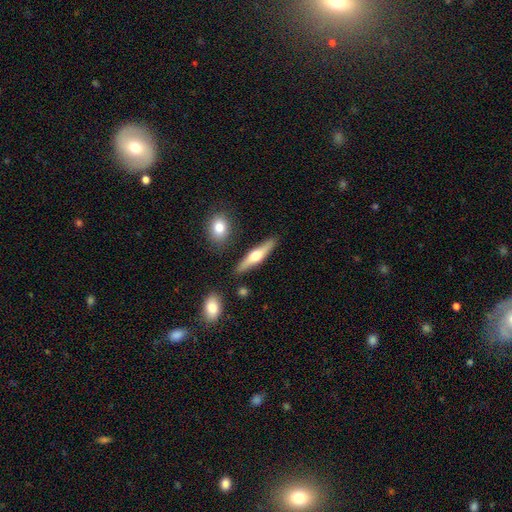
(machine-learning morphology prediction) Smooth or featured? featured or disk (55%)
Edge-on disk? yes (94%)
Edge-on bulge? rounded (94%)
Merging? none (86%)